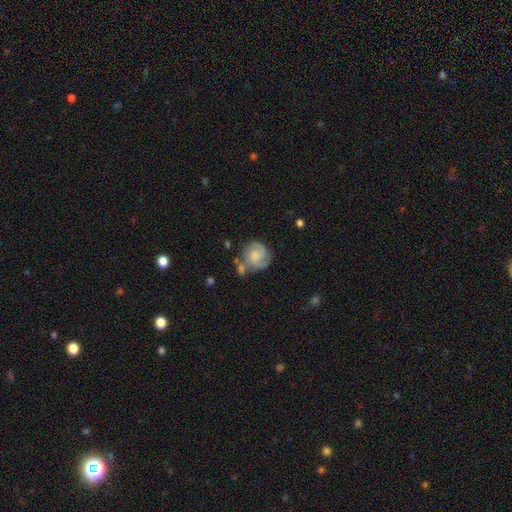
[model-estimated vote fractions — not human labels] smooth-or-featured: featured or disk: 56% | smooth: 37% | star or artifact: 7%
  disk-edge-on: no: 98% | yes: 2%
    bar: no: 69% | weak: 27% | strong: 4%
    has-spiral-arms: yes: 87% | no: 13%
    bulge-size: moderate: 36% | small: 29% | none: 21% | large: 11% | dominant: 2%
  merging: none: 53% | minor disturbance: 22% | merger: 15% | major disturbance: 10%